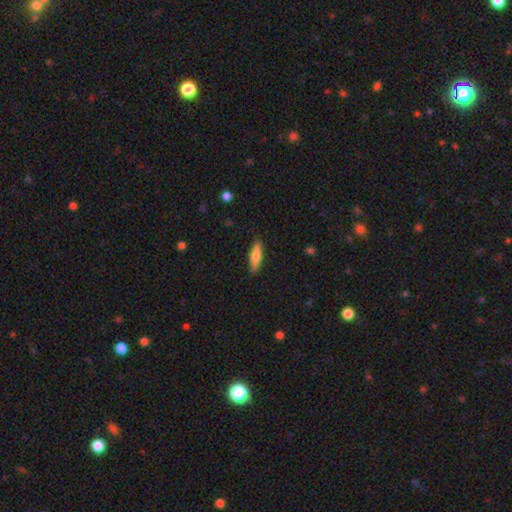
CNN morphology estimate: Smooth or featured: smooth — 76% (featured or disk — 18%)
How rounded: cigar-shaped — 59% (in between — 39%)
Merging: none — 88% (minor disturbance — 9%)